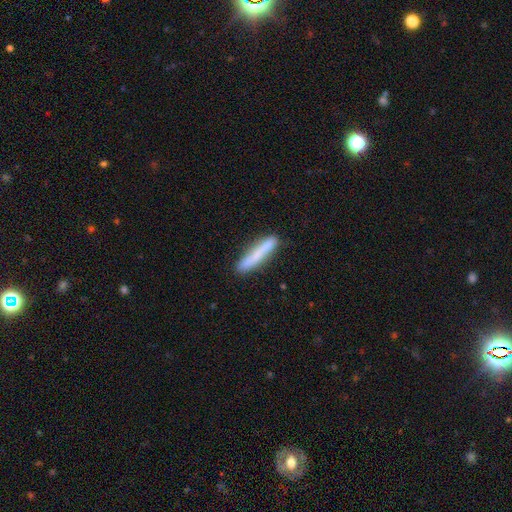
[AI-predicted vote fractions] This appears to be a smooth galaxy with no disk features (69%) that is cigar-shaped (92%). Merging: none (77%).